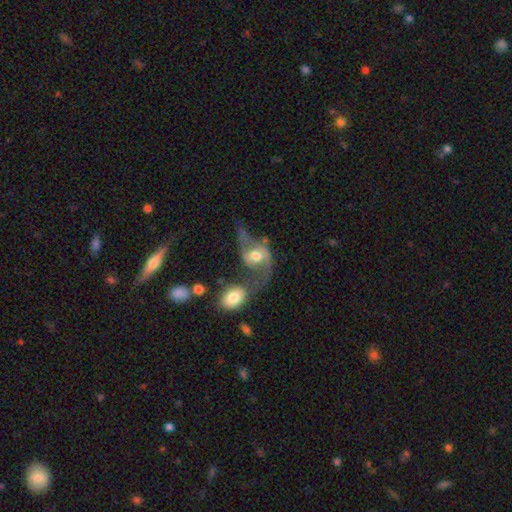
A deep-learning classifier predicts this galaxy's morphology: Overall: featured or disk (73%). Edge-on disk: no (95%). Bar: no (55%; weak 33%). Spiral arms: yes (82%). Spiral arm count: 2 (84%). Spiral winding: loose (70%). Bulge size: moderate (68%). Merging: major disturbance (29%, tied with none).